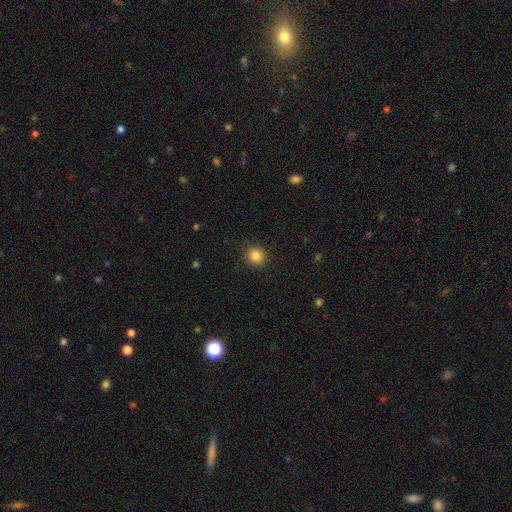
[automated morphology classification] The model was most divided on "smooth or featured": smooth: 85%, star or artifact: 11%, featured or disk: 4%. More confident: merging — none (89%); how rounded — round (87%).